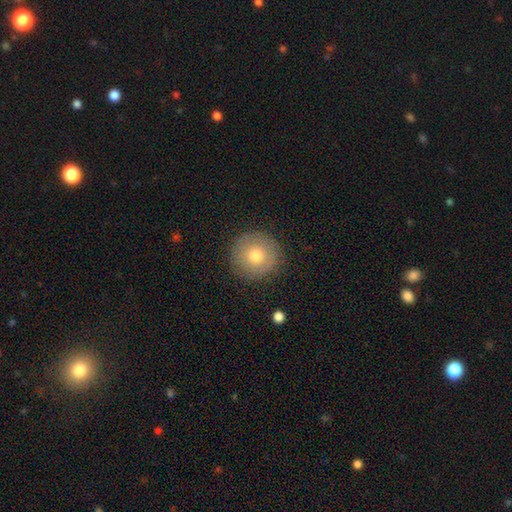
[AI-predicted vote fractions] Smooth or featured? smooth (74%)
How rounded? round (96%)
Merging? none (90%)